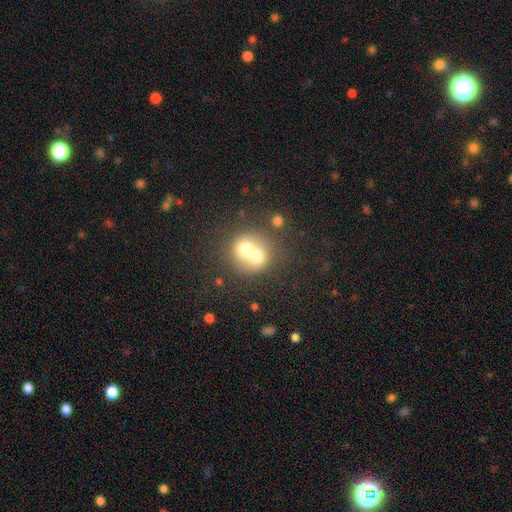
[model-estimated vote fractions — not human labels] Smooth or featured? Predicted: smooth (p=0.65). How rounded? Predicted: round (p=0.78). Merging? Predicted: merger (p=0.68).